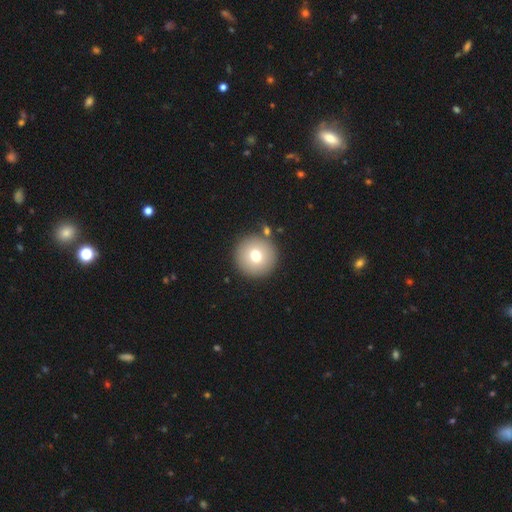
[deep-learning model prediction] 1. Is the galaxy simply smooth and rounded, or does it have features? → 73% smooth, 16% featured or disk, 11% star or artifact.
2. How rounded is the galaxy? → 96% round, 3% in between, 1% cigar-shaped.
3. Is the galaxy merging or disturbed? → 86% none, 6% minor disturbance, 5% merger, 2% major disturbance.